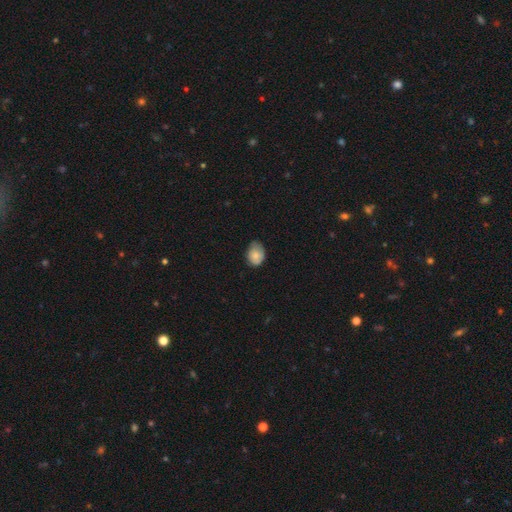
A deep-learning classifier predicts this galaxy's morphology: smooth_or_featured: smooth (p=0.80) [alt: featured or disk p=0.12]
how_rounded: in between (p=0.67) [alt: round p=0.32]
merging: none (p=0.56) [alt: minor disturbance p=0.36]